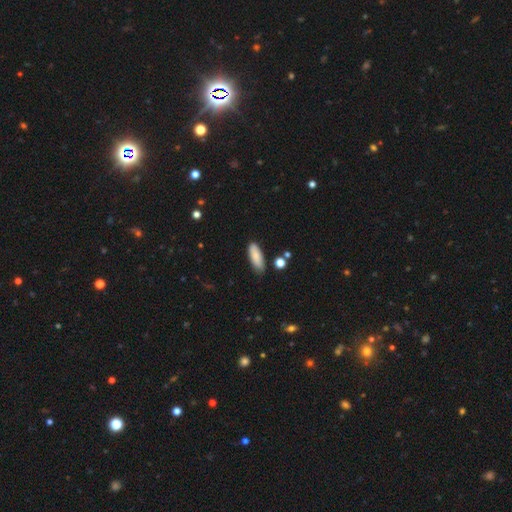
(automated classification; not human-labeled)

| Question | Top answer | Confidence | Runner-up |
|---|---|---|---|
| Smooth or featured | smooth | 85% | featured or disk (9%) |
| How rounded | in between | 65% | cigar-shaped (33%) |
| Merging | none | 80% | minor disturbance (15%) |